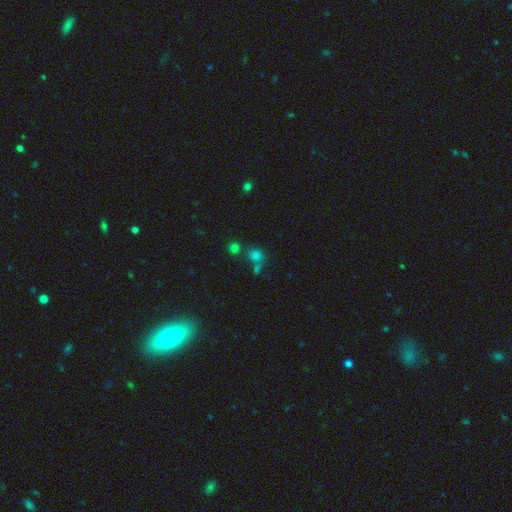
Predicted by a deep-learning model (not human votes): A smooth galaxy with no disk features (66%) that is round (66%).

Vote fractions:
- Smooth or featured? smooth: 66% / star or artifact: 26% / featured or disk: 8%
- How rounded? round: 66% / in between: 32% / cigar-shaped: 2%
- Merging? none: 51% / merger: 32% / minor disturbance: 11% / major disturbance: 7%